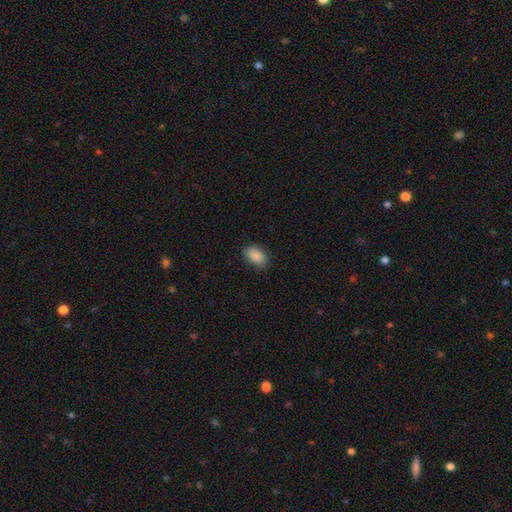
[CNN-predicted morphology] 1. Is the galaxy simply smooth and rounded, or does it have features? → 89% smooth, 7% star or artifact, 4% featured or disk.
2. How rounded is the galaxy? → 89% in between, 9% round, 2% cigar-shaped.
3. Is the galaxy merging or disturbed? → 84% none, 13% minor disturbance, 3% major disturbance, 1% merger.